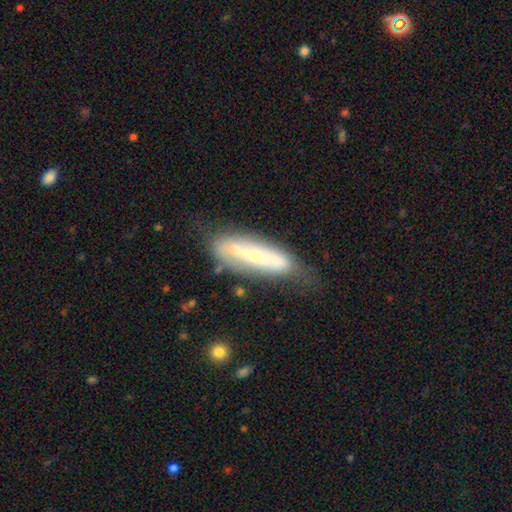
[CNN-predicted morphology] Smooth or featured: featured or disk — 60% (smooth — 33%)
Edge-on disk: no — 60% (yes — 40%)
Merging: none — 62% (minor disturbance — 25%)